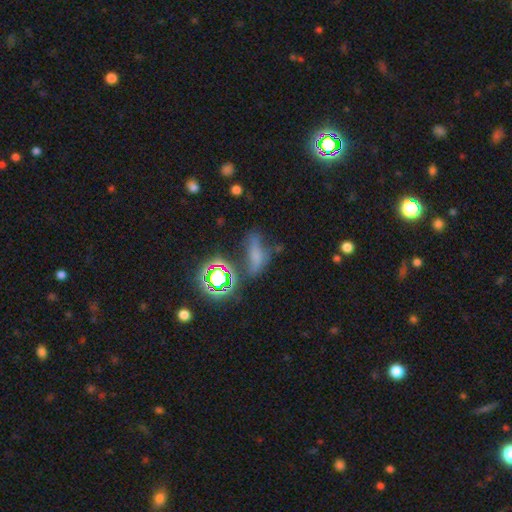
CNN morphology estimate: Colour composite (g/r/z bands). It shows a smooth galaxy with no disk features (47%). Merging: none (45%).